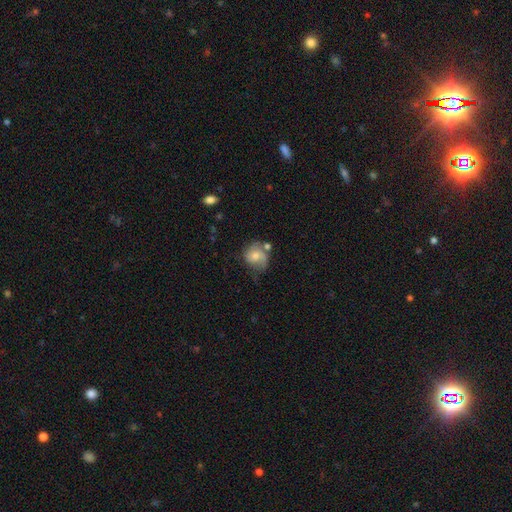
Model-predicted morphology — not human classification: type=featured or disk (49%); merging=none (45%).